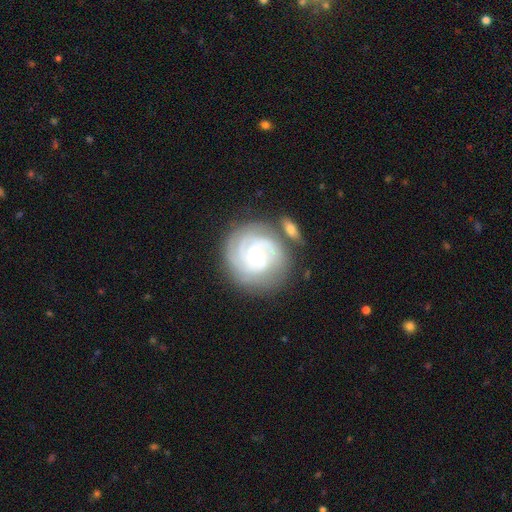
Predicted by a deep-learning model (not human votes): smooth_or_featured: featured or disk (p=0.85) [alt: smooth p=0.09]
disk_edge_on: no (p=0.97) [alt: yes p=0.03]
bar: no (p=0.68) [alt: weak p=0.26]
has_spiral_arms: yes (p=0.97) [alt: no p=0.03]
spiral_winding: tight (p=0.76) [alt: medium p=0.20]
spiral_arm_count: 3 (p=0.37) [alt: can't tell p=0.20]
bulge_size: small (p=0.61) [alt: moderate p=0.35]
merging: none (p=0.71) [alt: minor disturbance p=0.14]